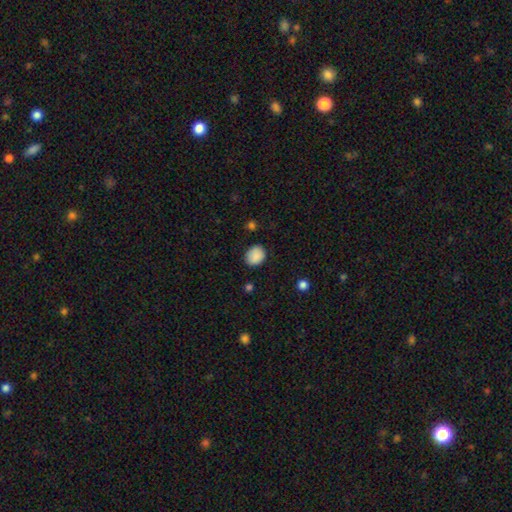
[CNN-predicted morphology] Overall: smooth (89%). How rounded: round (56%; in between 43%). Merging: none (82%).